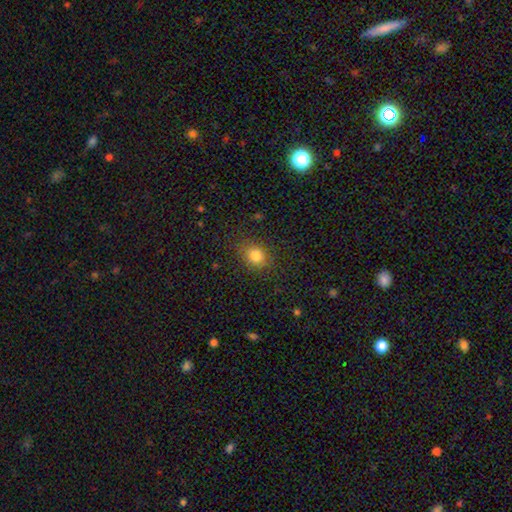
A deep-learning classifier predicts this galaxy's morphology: A smooth galaxy with no disk features (81%) that is round (61%).

Vote fractions:
- Smooth or featured? smooth: 81% / star or artifact: 12% / featured or disk: 7%
- How rounded? round: 61% / in between: 38% / cigar-shaped: 1%
- Merging? none: 86% / minor disturbance: 10% / major disturbance: 3% / merger: 1%